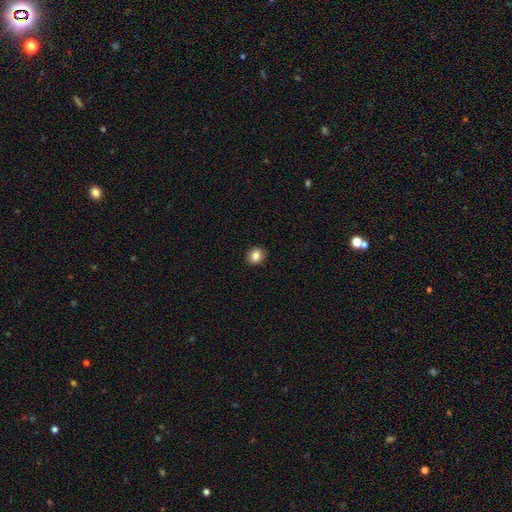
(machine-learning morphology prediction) The model was most divided on "how rounded": round: 58%, in between: 41%, cigar-shaped: 1%. More confident: merging — none (90%); smooth or featured — smooth (84%).